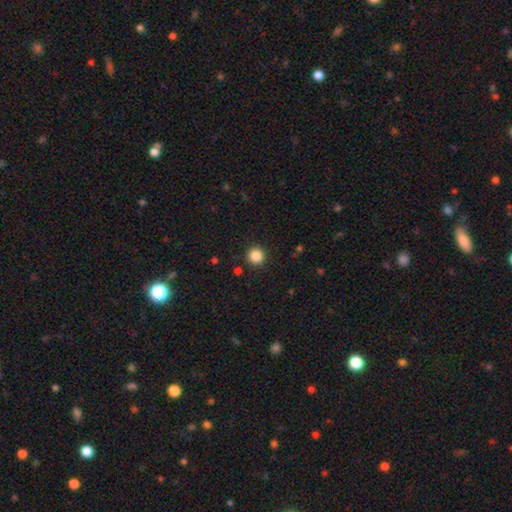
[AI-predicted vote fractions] Morphology: type=smooth (86%); roundness=round (95%); merging=none (92%).